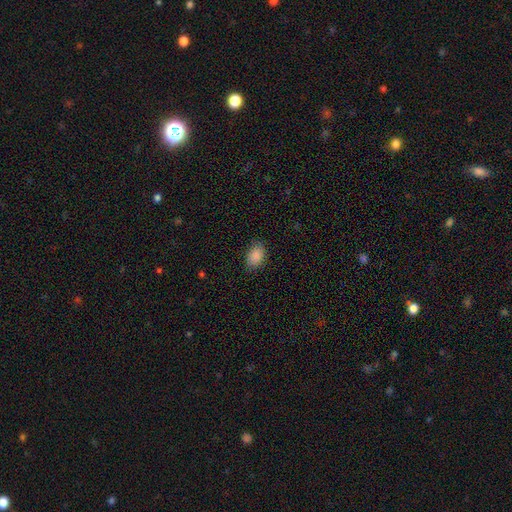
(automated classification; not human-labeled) Overall: smooth (88%). How rounded: in between (85%). Merging: none (81%).